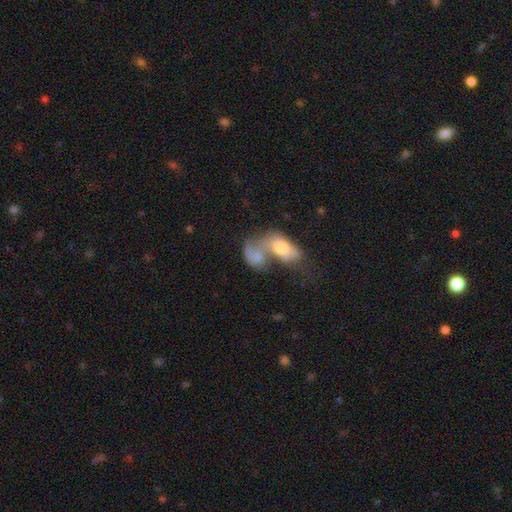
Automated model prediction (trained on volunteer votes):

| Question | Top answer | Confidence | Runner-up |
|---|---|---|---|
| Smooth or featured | smooth | 59% | featured or disk (32%) |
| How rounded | in between | 79% | round (18%) |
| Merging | merger | 74% | major disturbance (12%) |